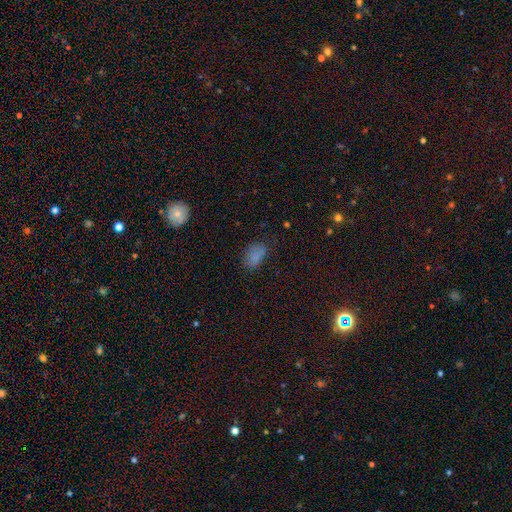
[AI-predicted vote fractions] A smooth galaxy with no disk features (77%) that is in between round and cigar-shaped (90%). Merging: none (66%).